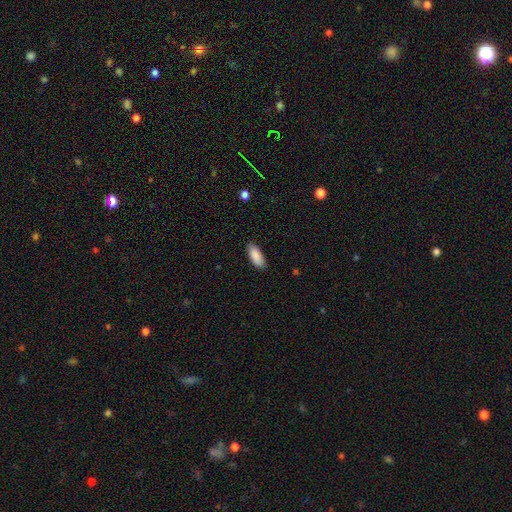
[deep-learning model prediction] The model was most divided on "how rounded": in between: 80%, cigar-shaped: 18%, round: 2%. More confident: smooth or featured — smooth (90%); merging — none (88%).